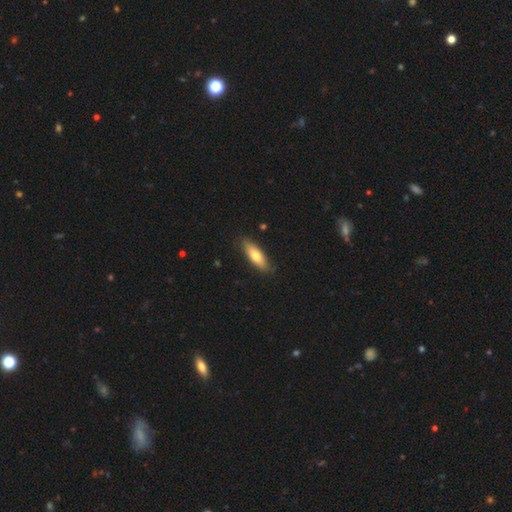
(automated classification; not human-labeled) smooth-or-featured: smooth: 69% | featured or disk: 26% | star or artifact: 5%
  how-rounded: in between: 49% (tied) | cigar-shaped: 49% (tied) | round: 2%
  merging: none: 85% | minor disturbance: 12% | major disturbance: 2% | merger: 1%